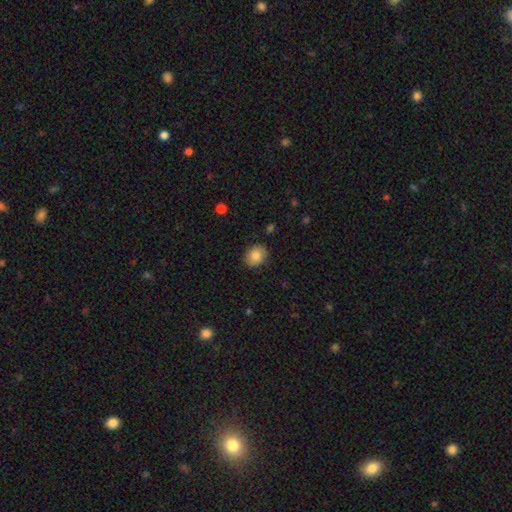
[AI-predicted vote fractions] The model was most divided on "how rounded": round: 57%, in between: 43%, cigar-shaped: 1%. More confident: merging — none (85%); smooth or featured — smooth (82%).